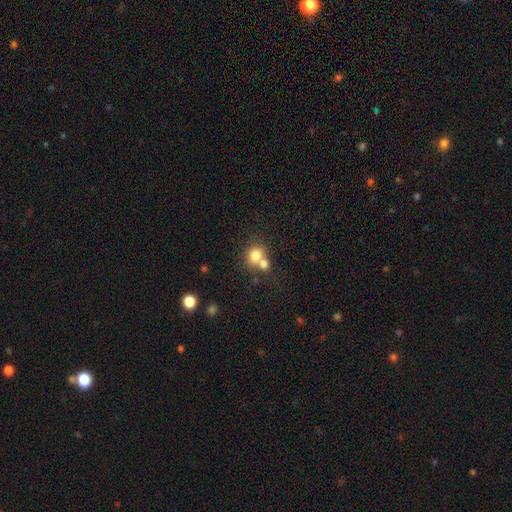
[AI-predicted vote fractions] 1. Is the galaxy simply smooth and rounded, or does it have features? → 77% smooth, 12% featured or disk, 11% star or artifact.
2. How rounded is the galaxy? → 75% round, 24% in between, 1% cigar-shaped.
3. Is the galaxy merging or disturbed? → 49% merger, 40% none, 7% minor disturbance, 3% major disturbance.